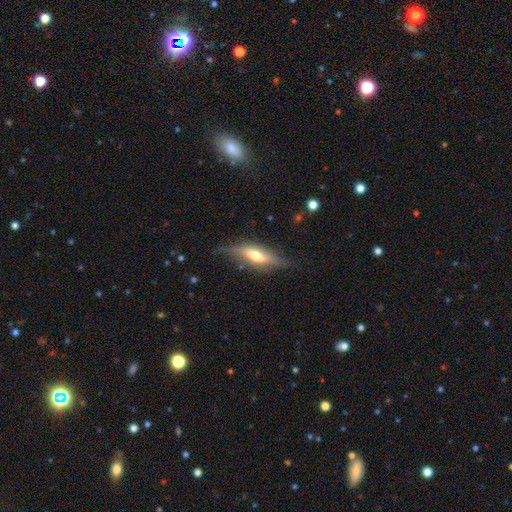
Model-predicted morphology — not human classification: featured or disk 54%, smooth 40%, star or artifact 6%. Down the decision tree: edge-on disk — yes (76%); merging — none (63%).